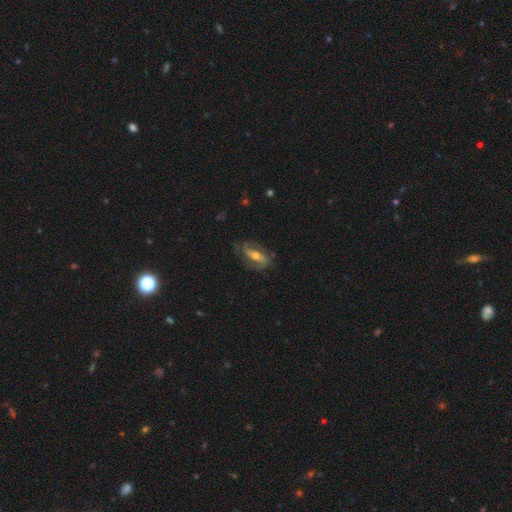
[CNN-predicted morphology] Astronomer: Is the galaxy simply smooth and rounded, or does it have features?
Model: featured or disk — 78%.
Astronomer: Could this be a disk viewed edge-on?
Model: no — 91%.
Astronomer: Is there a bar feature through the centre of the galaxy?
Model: strong — 41% (runner-up: weak, 32%).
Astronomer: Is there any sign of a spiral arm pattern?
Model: yes — 89%.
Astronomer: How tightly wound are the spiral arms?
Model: medium — 44% (runner-up: loose, 29%).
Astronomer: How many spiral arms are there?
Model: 2 — 83%.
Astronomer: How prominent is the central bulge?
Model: moderate — 61%.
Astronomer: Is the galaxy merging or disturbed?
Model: none — 70%.